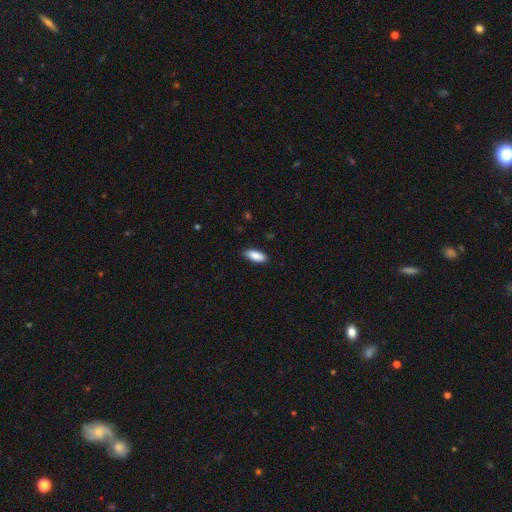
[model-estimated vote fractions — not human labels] smooth-or-featured: smooth: 89% | star or artifact: 6% | featured or disk: 5%
  how-rounded: in between: 80% | cigar-shaped: 18% | round: 2%
  merging: none: 88% | minor disturbance: 9% | major disturbance: 2% | merger: 1%